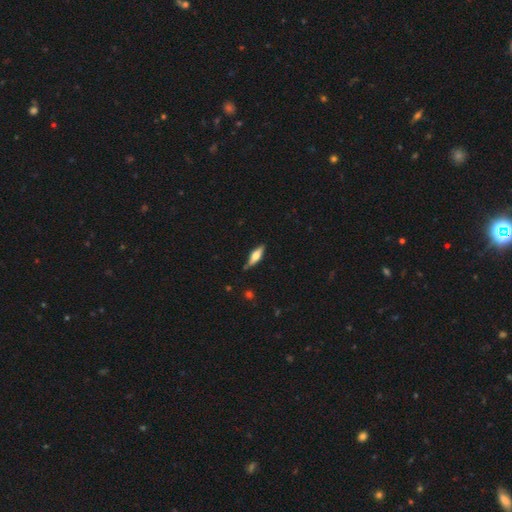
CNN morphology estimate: Smooth or featured: featured or disk — 49% (smooth — 46%)
Merging: none — 83% (minor disturbance — 13%)